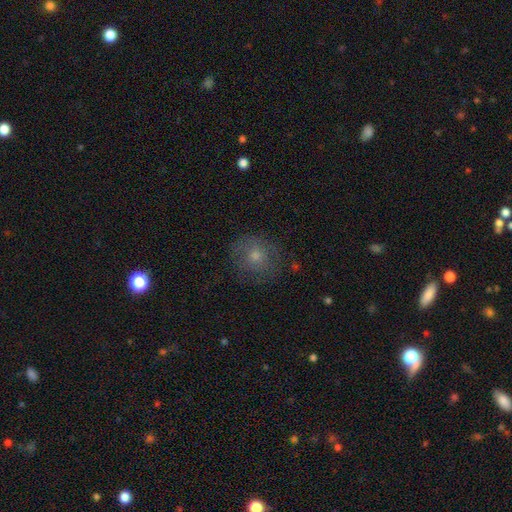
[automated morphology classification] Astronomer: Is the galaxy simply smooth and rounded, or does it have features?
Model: smooth — 64%.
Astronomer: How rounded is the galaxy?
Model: round — 83%.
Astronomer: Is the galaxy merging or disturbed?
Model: none — 72%.